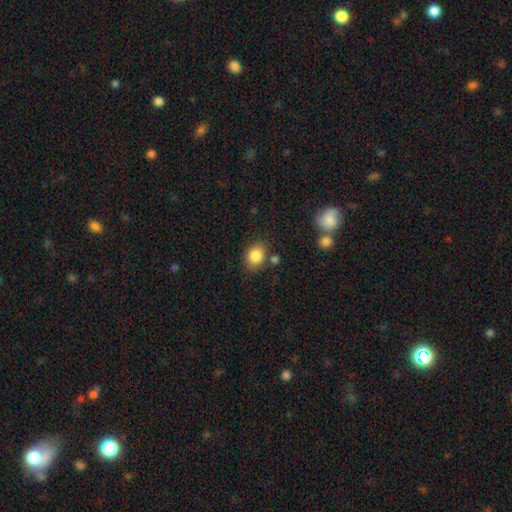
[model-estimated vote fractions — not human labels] This is clearly a smooth galaxy (85%). How rounded: possibly in between (53%). Merging: likely none (77%).